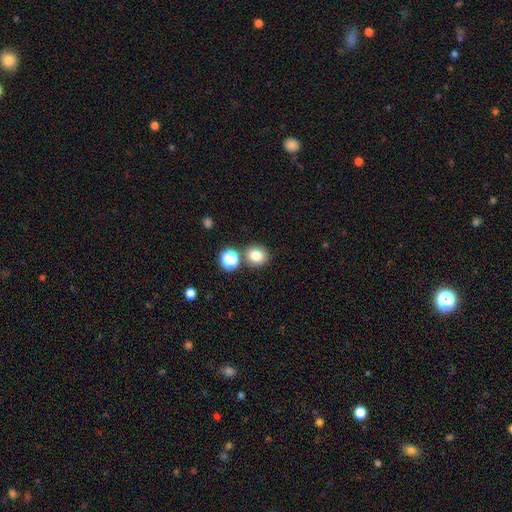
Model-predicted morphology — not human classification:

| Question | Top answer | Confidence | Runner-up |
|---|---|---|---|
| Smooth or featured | smooth | 80% | star or artifact (14%) |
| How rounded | round | 83% | in between (16%) |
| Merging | none | 78% | merger (11%) |